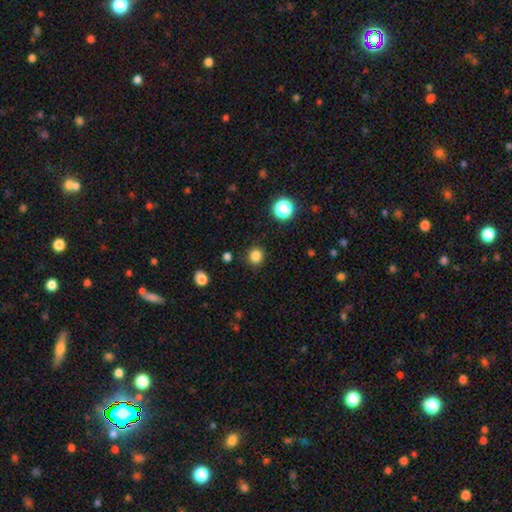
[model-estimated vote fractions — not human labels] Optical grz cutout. It shows a smooth galaxy with no disk features (83%) that is round (90%). Merging: none (89%).